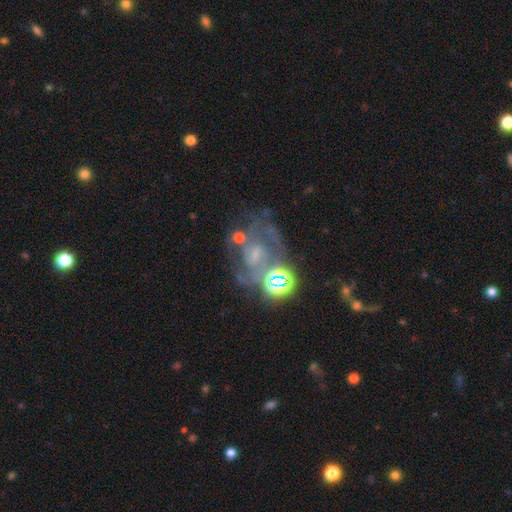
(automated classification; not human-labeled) Morphology: type=featured or disk (62%); edge-on=no (97%); bar=no (46%); spiral arms=yes (78%); bulge=small (38%); merging=none (44%).